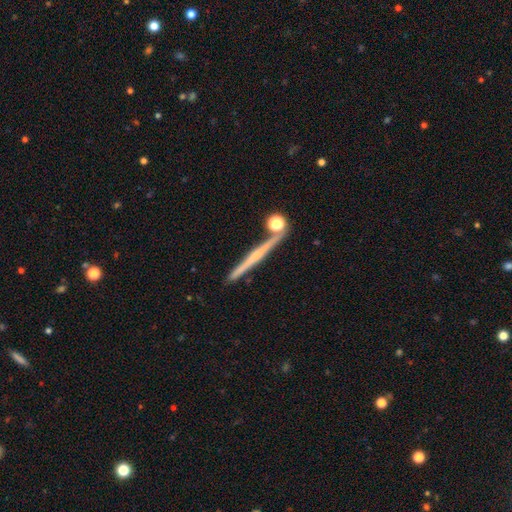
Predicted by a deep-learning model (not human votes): Smooth or featured? featured or disk (61%)
Edge-on disk? yes (97%)
Edge-on bulge? none (52%)
Merging? none (81%)